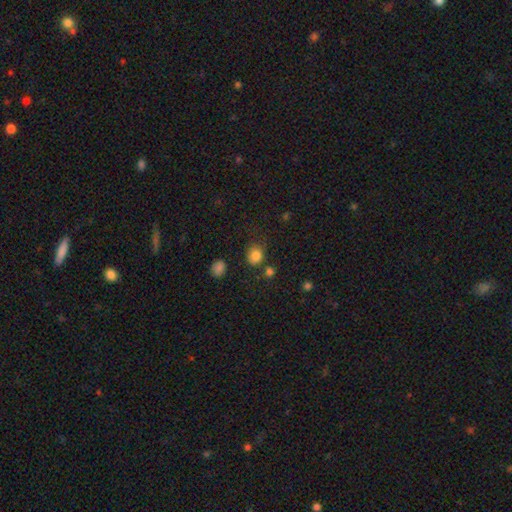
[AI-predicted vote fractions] Morphology: type=smooth (83%); roundness=round (71%); merging=none (68%).